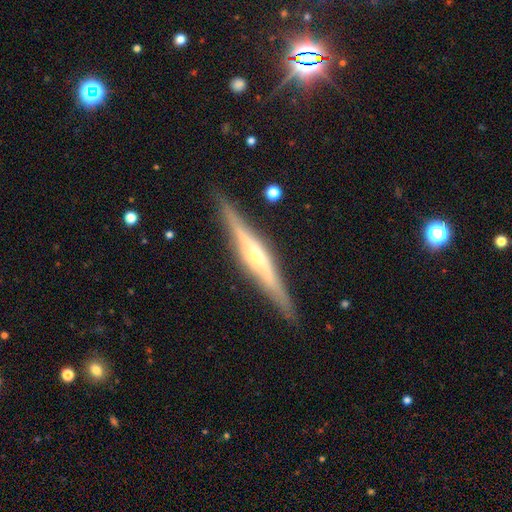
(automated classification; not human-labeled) Q: Smooth or featured?
A: featured or disk (80%); runner-up: smooth (14%)
Q: Edge-on disk?
A: yes (97%); runner-up: no (3%)
Q: Edge-on bulge?
A: rounded (78%); runner-up: none (12%)
Q: Merging?
A: none (90%); runner-up: minor disturbance (7%)